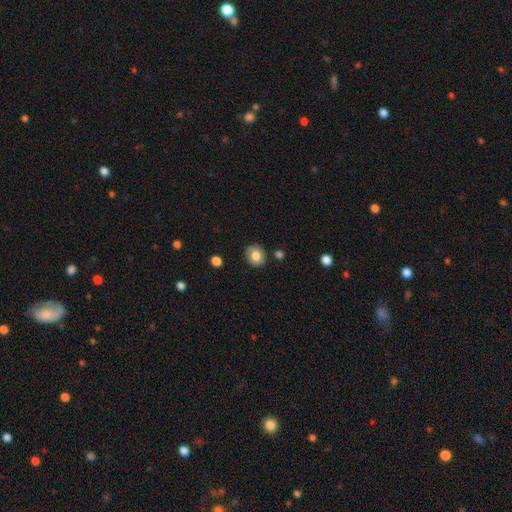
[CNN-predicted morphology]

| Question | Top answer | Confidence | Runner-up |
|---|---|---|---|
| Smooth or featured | smooth | 77% | featured or disk (14%) |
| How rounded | round | 74% | in between (25%) |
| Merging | none | 86% | minor disturbance (9%) |